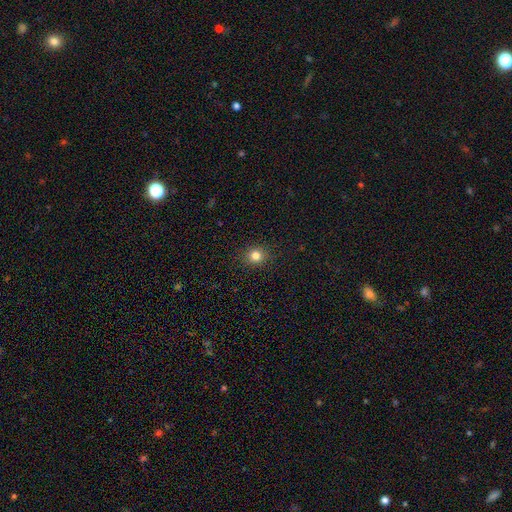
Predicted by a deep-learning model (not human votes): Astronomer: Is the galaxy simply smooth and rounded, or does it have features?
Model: smooth — 82%.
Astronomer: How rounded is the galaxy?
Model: round — 83%.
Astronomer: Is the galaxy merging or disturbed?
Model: none — 91%.